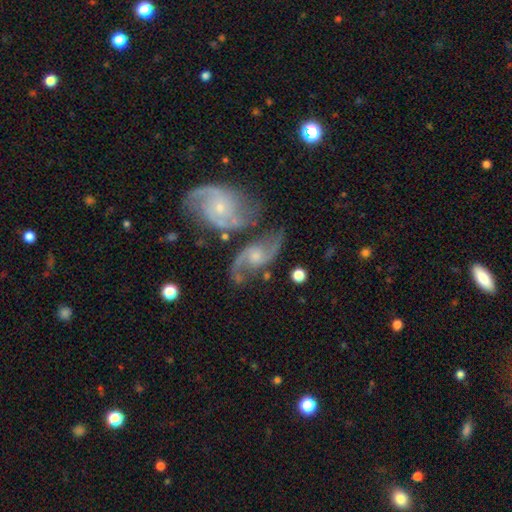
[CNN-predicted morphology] This appears to be a featured or disk galaxy (88%) with no bar (56%), 2 (92%) loose (47%) spiral arms (97%) and a small central bulge (51%). Merging: none (56%).